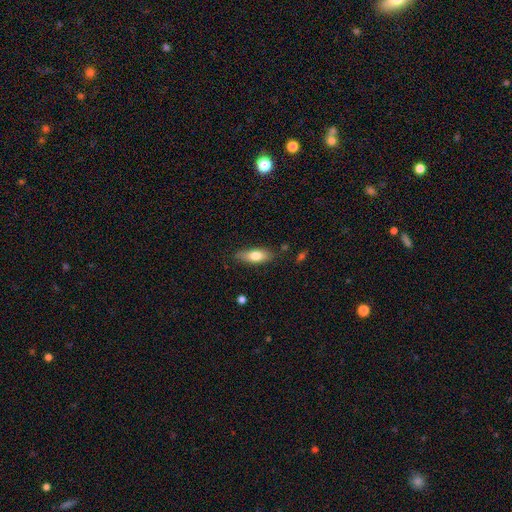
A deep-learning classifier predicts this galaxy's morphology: A smooth galaxy with no disk features (73%) that is in between round and cigar-shaped (69%).

Vote fractions:
- Smooth or featured? smooth: 73% / featured or disk: 20% / star or artifact: 6%
- How rounded? in between: 69% / cigar-shaped: 28% / round: 3%
- Merging? none: 79% / minor disturbance: 16% / major disturbance: 3% / merger: 2%